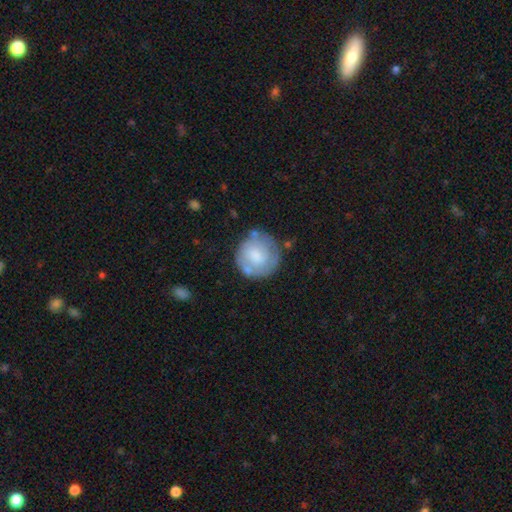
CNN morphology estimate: smooth 52%, featured or disk 42%, star or artifact 6%. Down the decision tree: how rounded — round (90%); merging — none (66%).